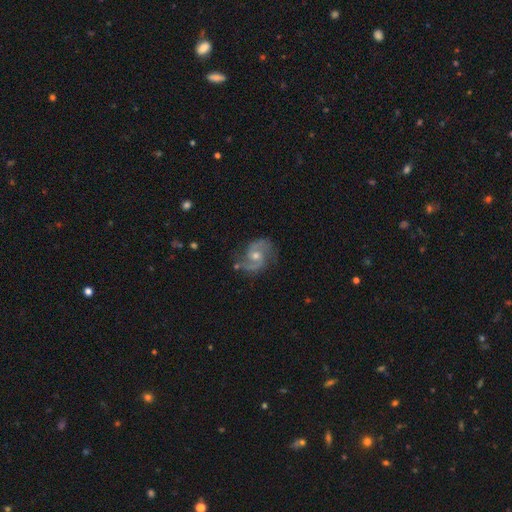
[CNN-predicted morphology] The model was most divided on "bar": no: 55%, weak: 38%, strong: 8%. More confident: edge-on disk — no (98%); spiral arms — yes (97%); spiral arm count — 2 (91%); smooth or featured — featured or disk (88%); merging — none (76%); bulge size — moderate (58%); spiral winding — medium (55%).